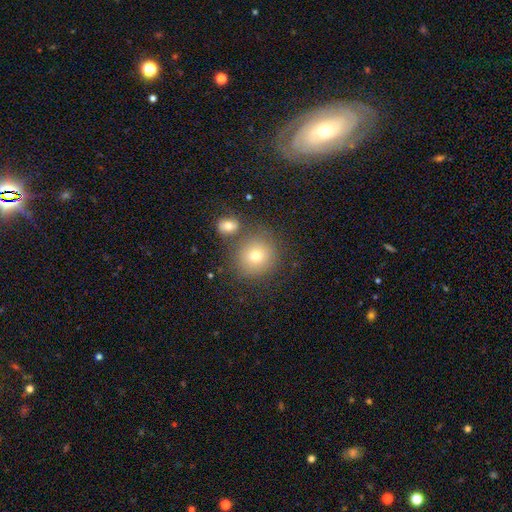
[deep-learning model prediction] A smooth galaxy with no disk features (73%) that is round (90%). Merging: none (74%).